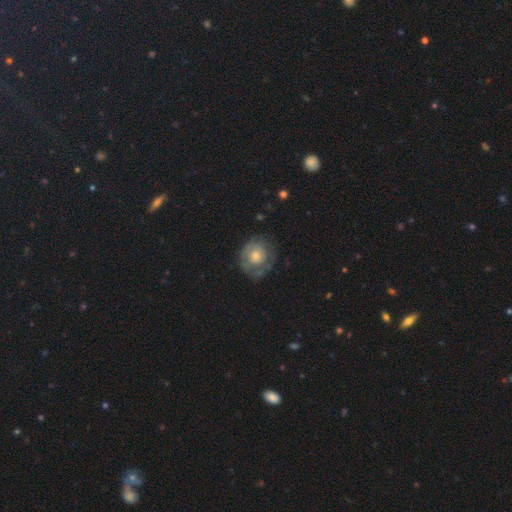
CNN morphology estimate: Smooth or featured? Predicted: featured or disk (p=0.53). Edge-on disk? Predicted: no (p=0.96). Bar? Predicted: no (p=0.86). Spiral arms? Predicted: yes (p=0.56). Bulge size? Predicted: moderate (p=0.59). Merging? Predicted: none (p=0.66).